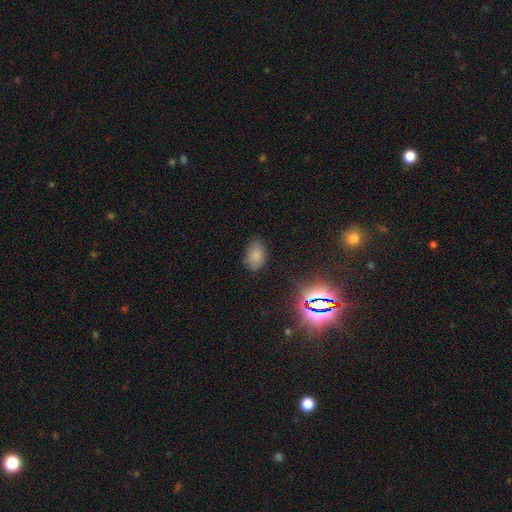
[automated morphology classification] This appears to be a smooth galaxy with no disk features (80%) that is in between round and cigar-shaped (87%). Merging: none (79%).